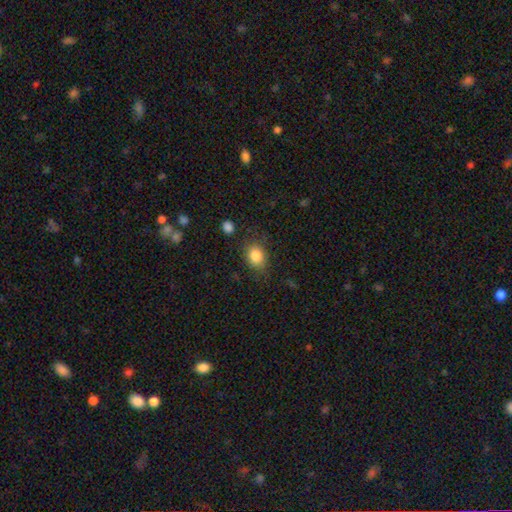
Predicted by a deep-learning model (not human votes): smooth-or-featured: smooth: 84% | star or artifact: 9% | featured or disk: 6%
  how-rounded: in between: 59% | round: 40% | cigar-shaped: 1%
  merging: none: 76% | minor disturbance: 16% | major disturbance: 5% | merger: 2%